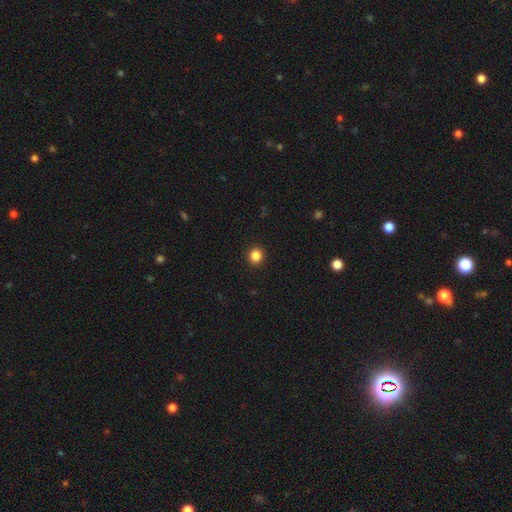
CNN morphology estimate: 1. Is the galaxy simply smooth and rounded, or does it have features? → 85% smooth, 11% star or artifact, 4% featured or disk.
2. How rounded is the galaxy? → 90% round, 9% in between, 1% cigar-shaped.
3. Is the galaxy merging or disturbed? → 93% none, 5% minor disturbance, 2% major disturbance, 1% merger.